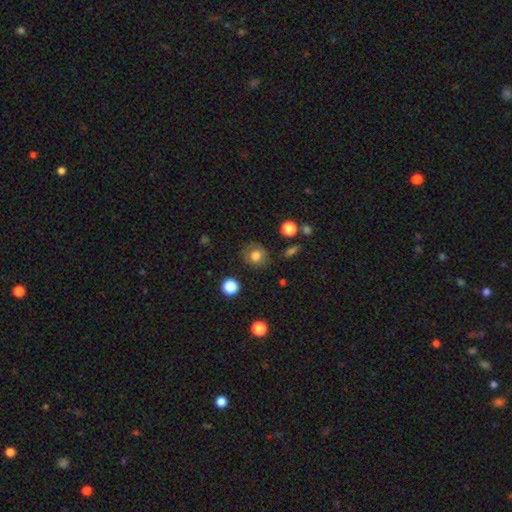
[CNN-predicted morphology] Q: Smooth or featured?
A: smooth (78%); runner-up: featured or disk (12%)
Q: How rounded?
A: round (79%); runner-up: in between (20%)
Q: Merging?
A: none (77%); runner-up: minor disturbance (15%)